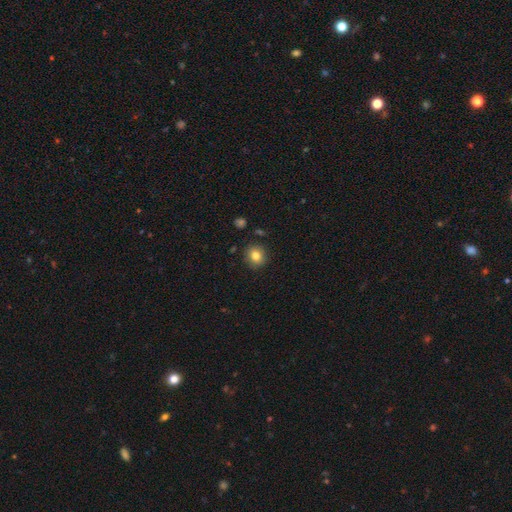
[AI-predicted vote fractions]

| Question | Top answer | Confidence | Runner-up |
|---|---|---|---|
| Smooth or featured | smooth | 82% | star or artifact (10%) |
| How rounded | round | 87% | in between (12%) |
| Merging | none | 89% | minor disturbance (7%) |